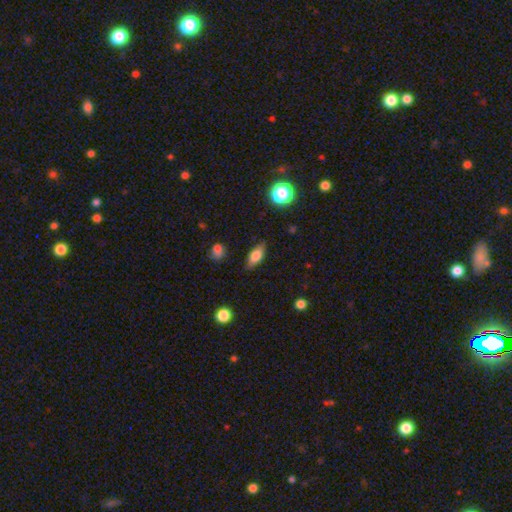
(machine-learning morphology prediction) Smooth or featured: smooth — 73% (featured or disk — 19%)
How rounded: in between — 77% (cigar-shaped — 18%)
Merging: none — 82% (minor disturbance — 14%)